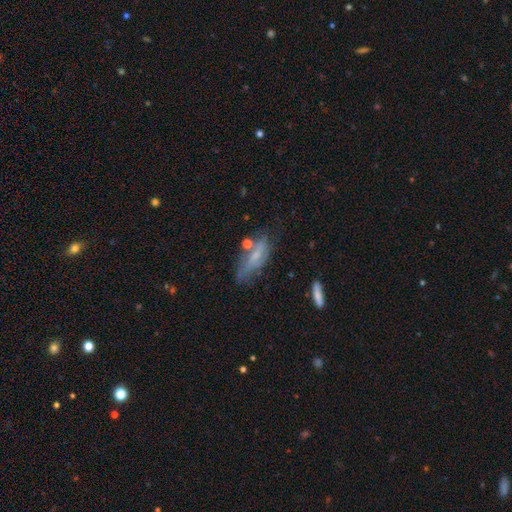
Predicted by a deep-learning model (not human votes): Morphology: type=featured or disk (48%); merging=none (50%).